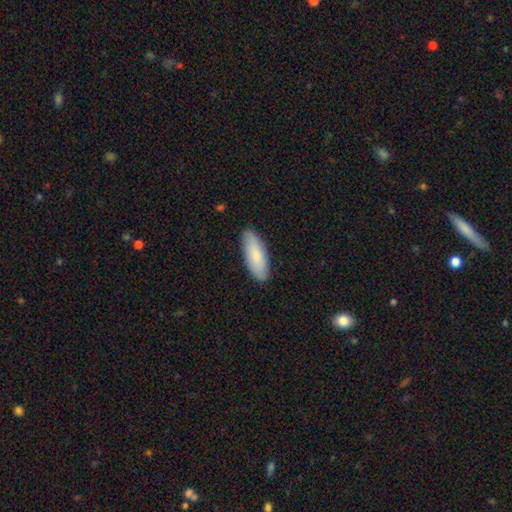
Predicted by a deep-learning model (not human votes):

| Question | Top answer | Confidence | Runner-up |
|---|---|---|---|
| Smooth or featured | smooth | 80% | featured or disk (15%) |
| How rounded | in between | 68% | cigar-shaped (30%) |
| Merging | none | 87% | minor disturbance (10%) |